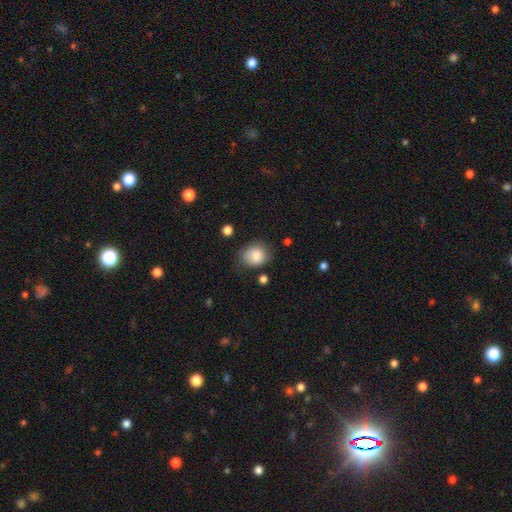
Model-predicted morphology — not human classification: smooth-or-featured: smooth: 84% | star or artifact: 8% | featured or disk: 8%
  how-rounded: round: 57% | in between: 42% | cigar-shaped: 1%
  merging: none: 66% | minor disturbance: 24% | major disturbance: 7% | merger: 3%